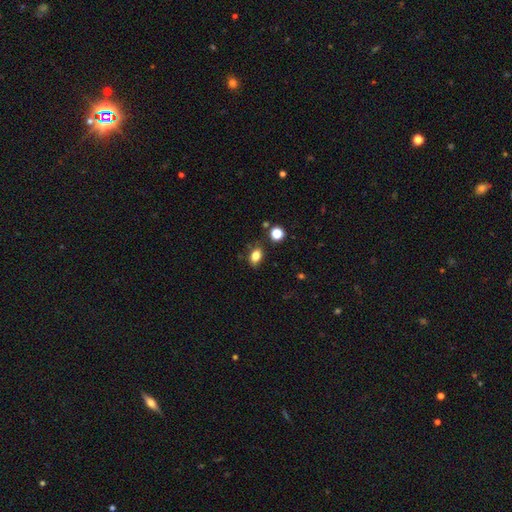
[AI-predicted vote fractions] A smooth galaxy with no disk features (80%) that is in between round and cigar-shaped (80%).

Vote fractions:
- Smooth or featured? smooth: 80% / star or artifact: 11% / featured or disk: 8%
- How rounded? in between: 80% / round: 18% / cigar-shaped: 2%
- Merging? none: 78% / minor disturbance: 15% / merger: 4% / major disturbance: 3%